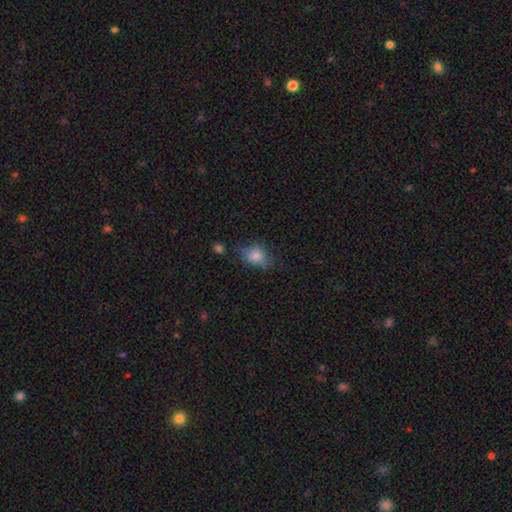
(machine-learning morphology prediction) The model was most divided on "how rounded": in between: 52%, round: 46%, cigar-shaped: 2%. More confident: smooth or featured — smooth (80%); merging — none (58%).